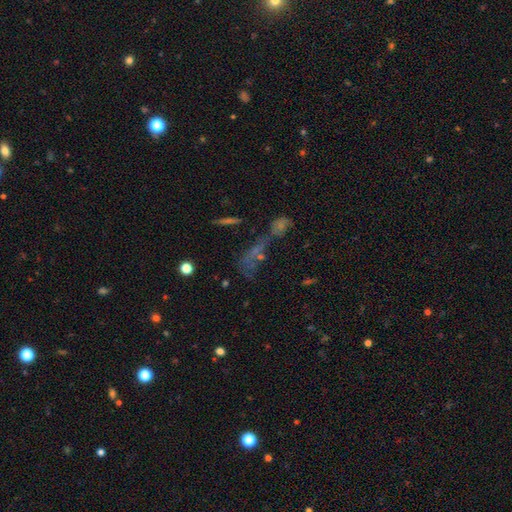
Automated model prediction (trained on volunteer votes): This appears to be a star or artifact, not a galaxy (39%).